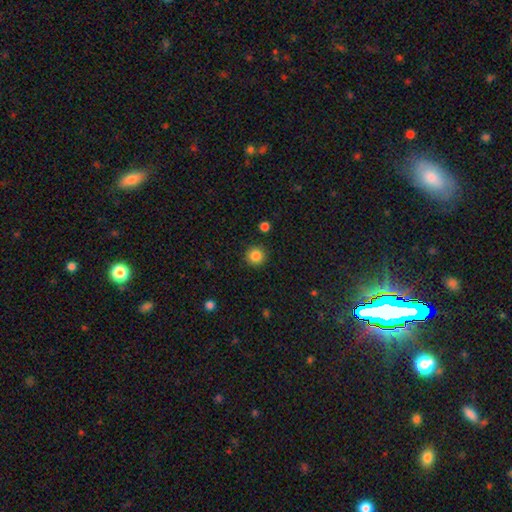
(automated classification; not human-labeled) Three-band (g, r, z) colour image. It shows a smooth galaxy with no disk features (86%) that is round (95%). Merging: none (91%).